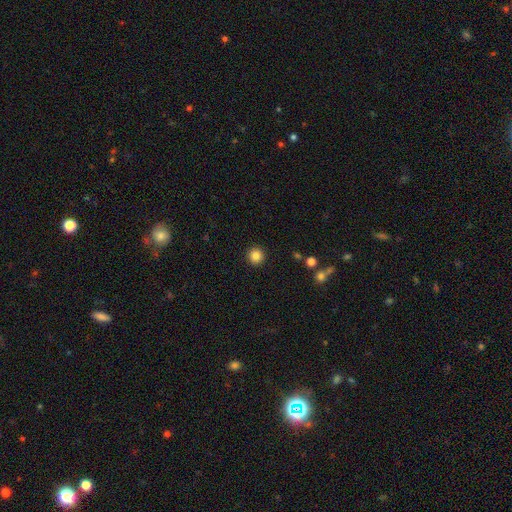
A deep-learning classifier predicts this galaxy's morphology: A smooth galaxy with no disk features (84%) that is round (95%). Merging: none (93%).